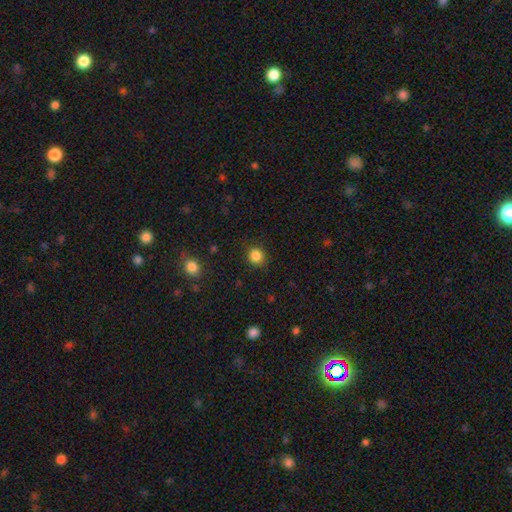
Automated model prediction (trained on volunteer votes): Overall: smooth (85%). How rounded: round (86%). Merging: none (87%).